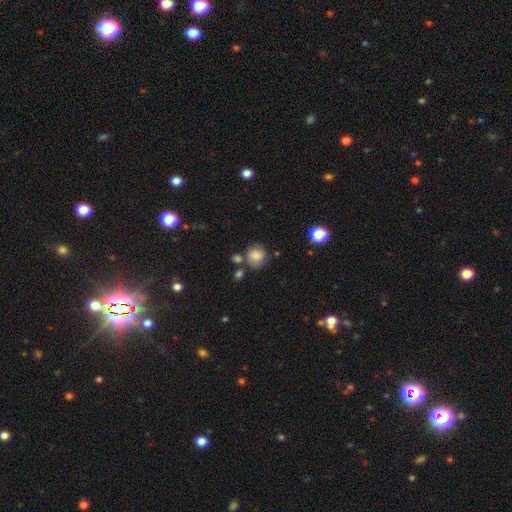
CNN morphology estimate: Smooth or featured: smooth — 82% (star or artifact — 11%)
How rounded: round — 83% (in between — 16%)
Merging: none — 69% (minor disturbance — 14%)